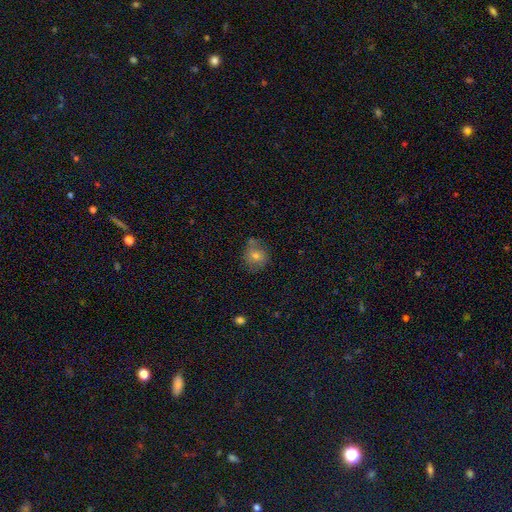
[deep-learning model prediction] smooth 63%, featured or disk 23%, star or artifact 14%. Down the decision tree: how rounded — round (82%); merging — none (69%).